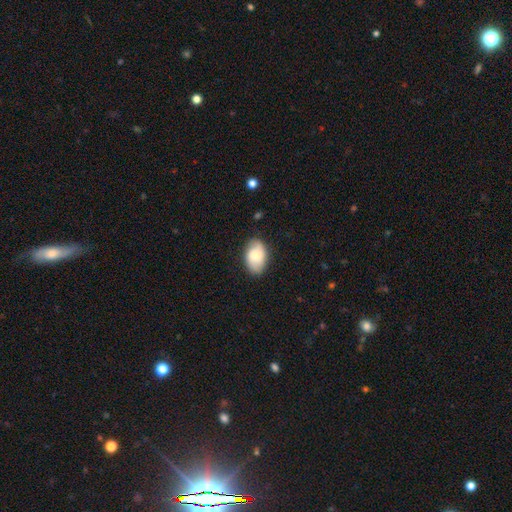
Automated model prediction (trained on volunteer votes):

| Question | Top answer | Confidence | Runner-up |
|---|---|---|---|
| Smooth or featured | smooth | 72% | featured or disk (21%) |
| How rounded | in between | 90% | round (9%) |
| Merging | none | 78% | minor disturbance (17%) |